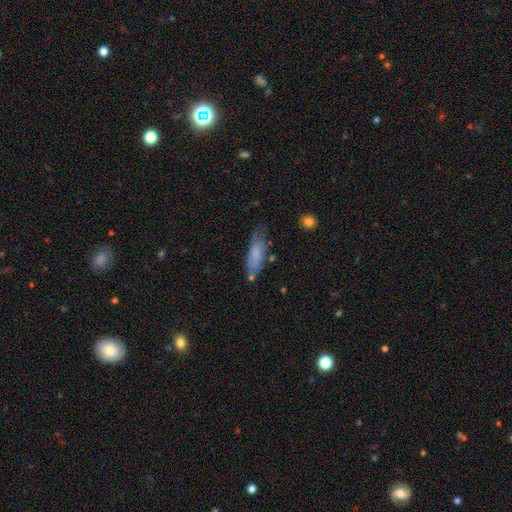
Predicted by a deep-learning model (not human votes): Smooth or featured? smooth (68%)
How rounded? in between (57%)
Merging? none (51%)